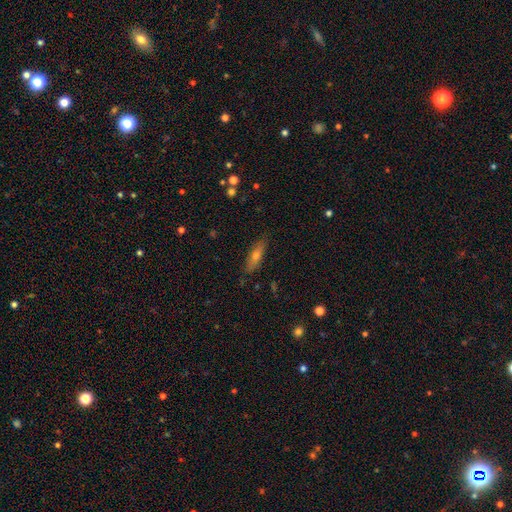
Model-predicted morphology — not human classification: Smooth or featured? smooth (50%)
How rounded? cigar-shaped (67%)
Merging? none (85%)